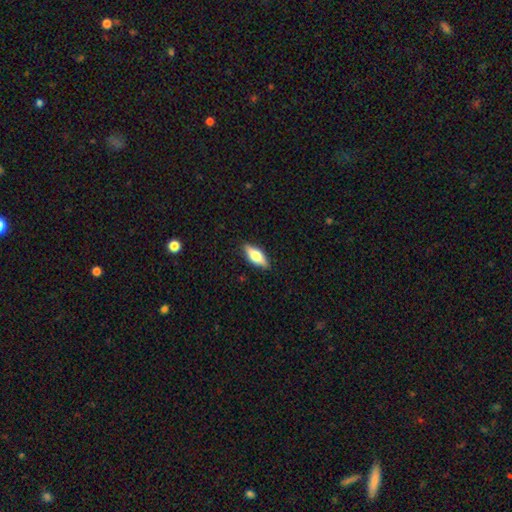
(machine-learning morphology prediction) Smooth or featured? smooth (66%)
How rounded? in between (73%)
Merging? none (87%)